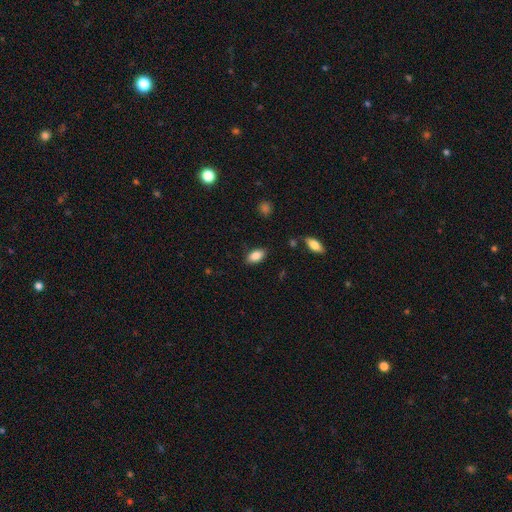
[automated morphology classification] The model was most divided on "merging": none: 86%, minor disturbance: 10%, major disturbance: 3%, merger: 1%. More confident: how rounded — in between (92%); smooth or featured — smooth (85%).